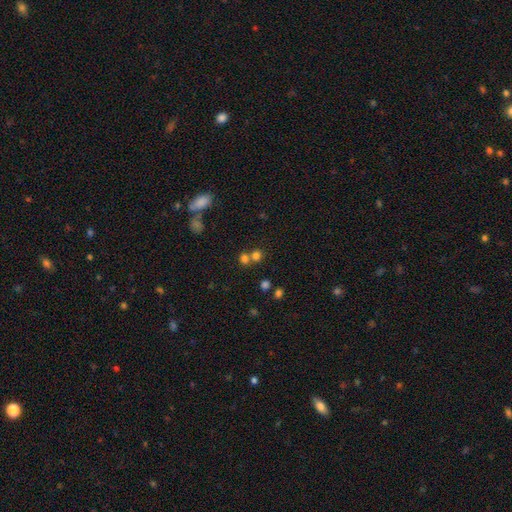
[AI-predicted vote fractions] smooth 71%, star or artifact 19%, featured or disk 9%. Down the decision tree: how rounded — round (79%); merging — none (48%).